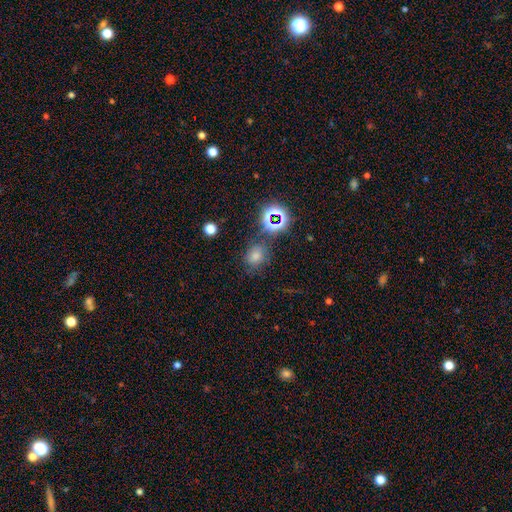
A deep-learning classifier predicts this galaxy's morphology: type=smooth (52%); roundness=round (67%); merging=none (77%).